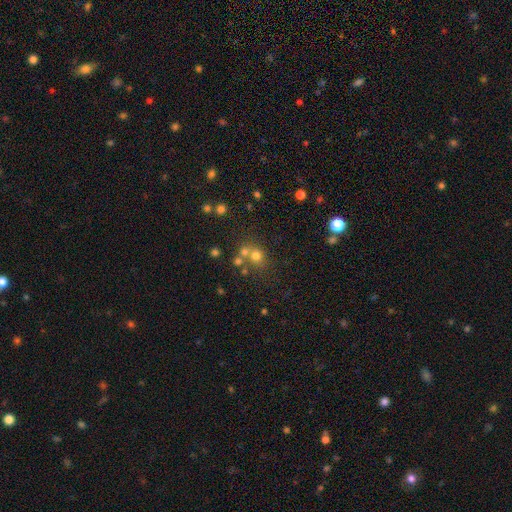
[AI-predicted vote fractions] Morphology: type=smooth (65%); roundness=round (82%); merging=none (54%).